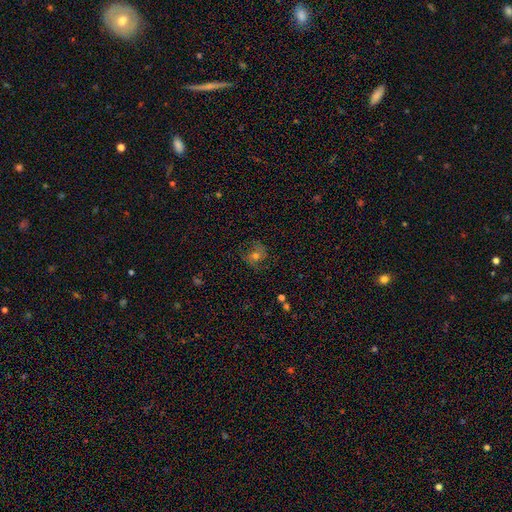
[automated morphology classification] This is marginally a smooth galaxy (40%, tied with featured or disk). Merging: likely none (68%).